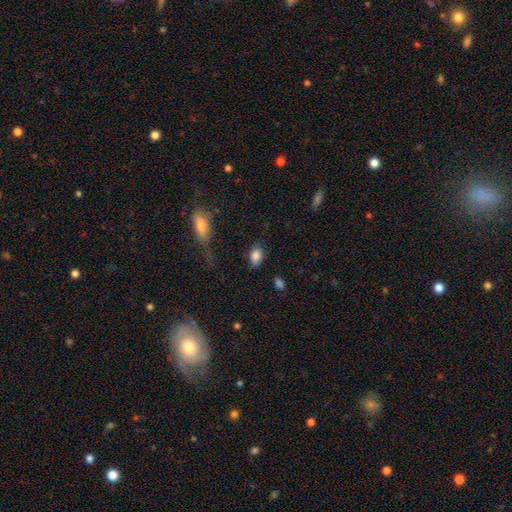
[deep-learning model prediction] Smooth or featured?
  - smooth: 85% *
  - star or artifact: 8%
  - featured or disk: 7%
How rounded?
  - in between: 80% *
  - round: 18%
  - cigar-shaped: 2%
Merging?
  - none: 71% *
  - minor disturbance: 21%
  - major disturbance: 5%
  - merger: 3%